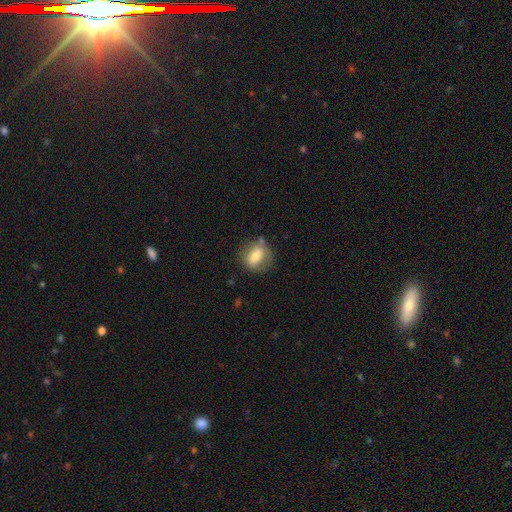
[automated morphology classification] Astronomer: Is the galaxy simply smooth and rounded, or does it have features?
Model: smooth — 67%.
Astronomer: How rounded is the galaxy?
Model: in between — 50% (runner-up: round, 47%).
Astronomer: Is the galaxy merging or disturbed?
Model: none — 66%.